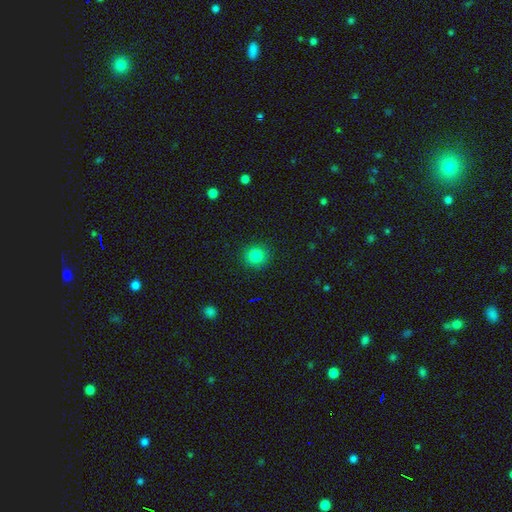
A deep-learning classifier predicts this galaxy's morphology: The model was most divided on "smooth or featured": smooth: 83%, star or artifact: 12%, featured or disk: 5%. More confident: merging — none (91%); how rounded — round (90%).